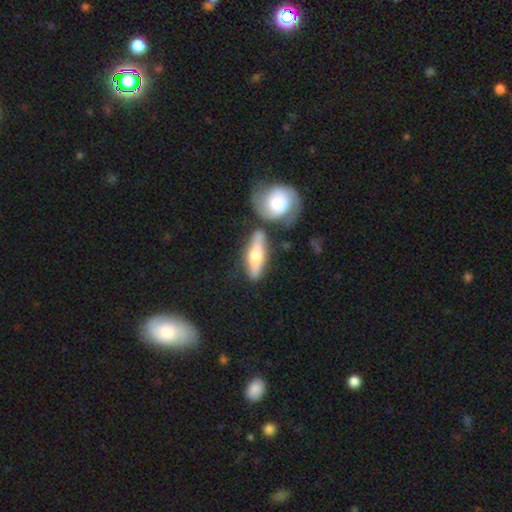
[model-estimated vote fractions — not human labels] The model was most divided on "smooth or featured": featured or disk: 53%, smooth: 41%, star or artifact: 6%. More confident: edge-on disk — yes (74%); merging — none (65%).